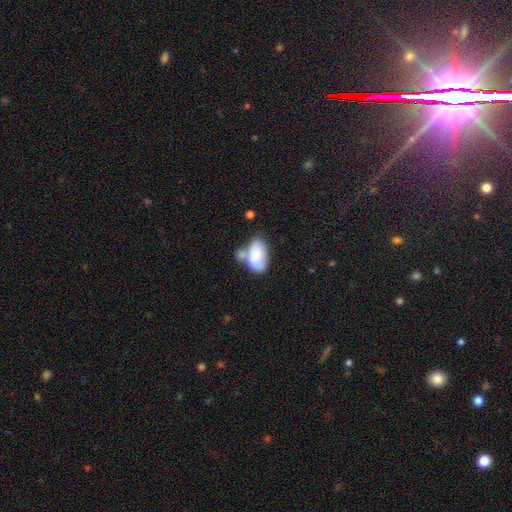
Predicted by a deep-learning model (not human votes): Smooth or featured? smooth (75%)
How rounded? in between (93%)
Merging? merger (40%)